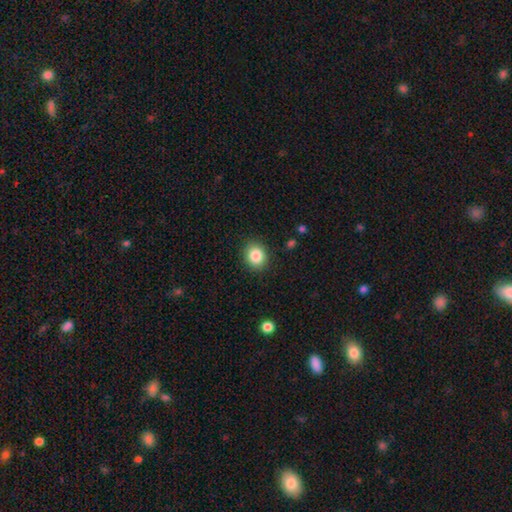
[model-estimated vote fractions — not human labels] Morphology: type=smooth (86%); roundness=round (69%); merging=none (88%).